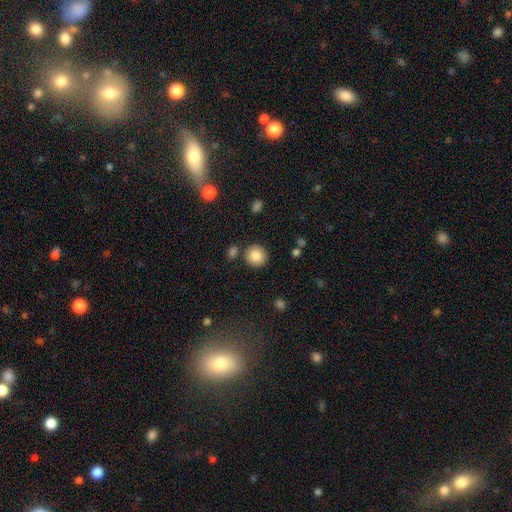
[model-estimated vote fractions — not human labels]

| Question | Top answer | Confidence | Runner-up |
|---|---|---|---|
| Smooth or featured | smooth | 87% | star or artifact (9%) |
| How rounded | round | 91% | in between (8%) |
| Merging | none | 85% | minor disturbance (8%) |